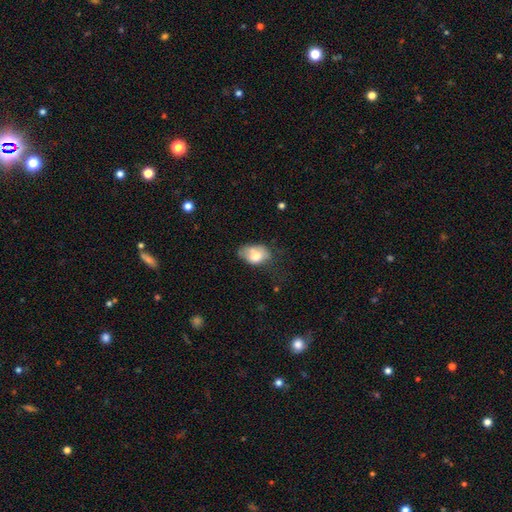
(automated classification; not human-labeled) Smooth or featured? smooth (70%)
How rounded? in between (84%)
Merging? none (37%, tied with minor disturbance)